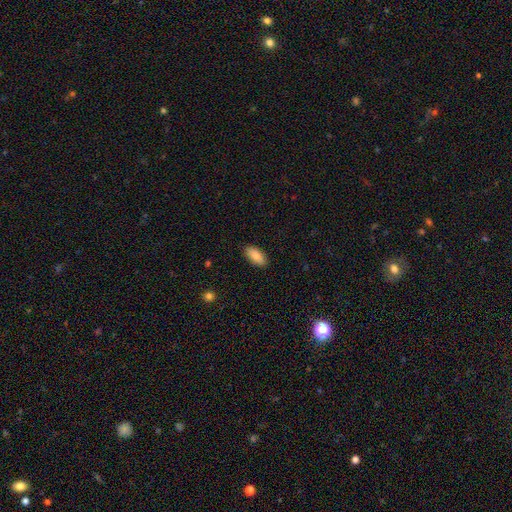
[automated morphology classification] Smooth or featured? smooth (86%)
How rounded? in between (88%)
Merging? none (89%)